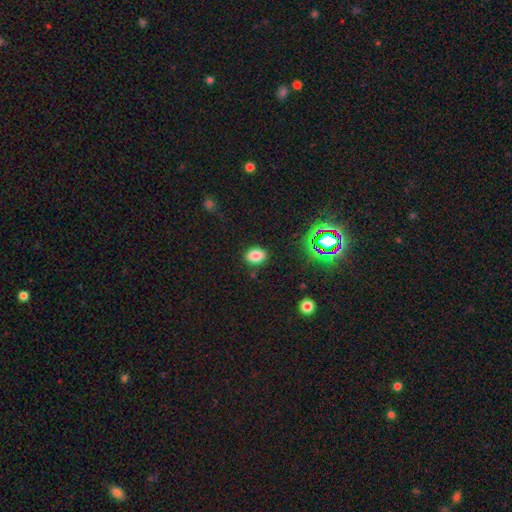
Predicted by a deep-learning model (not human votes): Smooth or featured? Predicted: smooth (p=0.79). How rounded? Predicted: in between (p=0.73). Merging? Predicted: none (p=0.86).